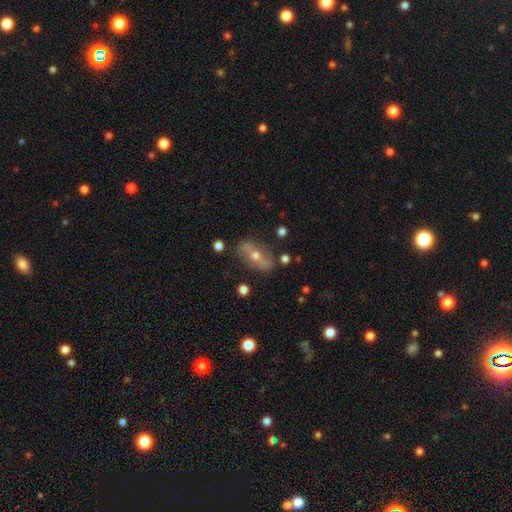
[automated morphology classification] Q: Smooth or featured?
A: featured or disk (61%); runner-up: smooth (28%)
Q: Edge-on disk?
A: no (78%); runner-up: yes (22%)
Q: Merging?
A: none (79%); runner-up: minor disturbance (13%)